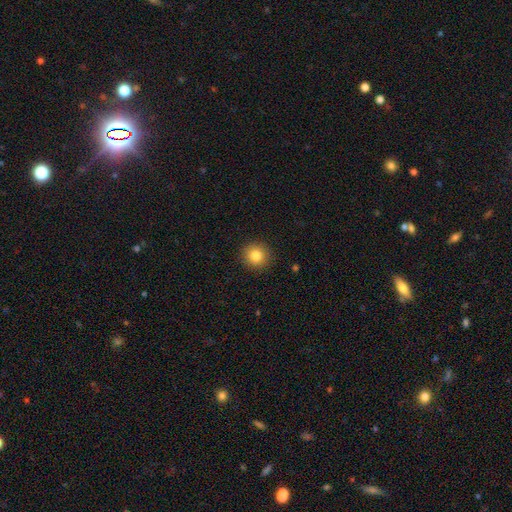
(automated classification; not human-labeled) Smooth or featured? smooth (84%)
How rounded? round (92%)
Merging? none (91%)